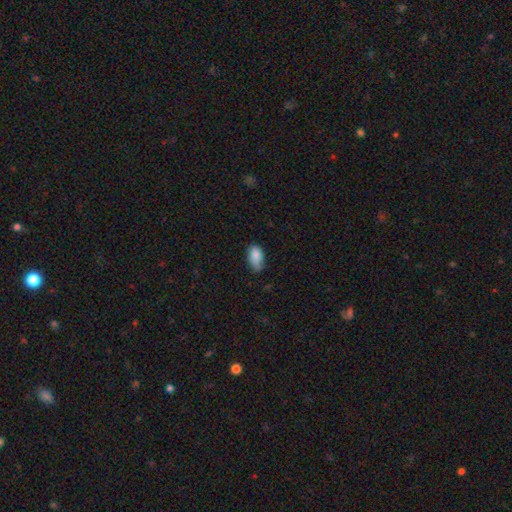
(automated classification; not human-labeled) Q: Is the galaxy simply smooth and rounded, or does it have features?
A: smooth — 84%.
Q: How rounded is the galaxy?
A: in between — 92%.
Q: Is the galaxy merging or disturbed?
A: none — 55%.